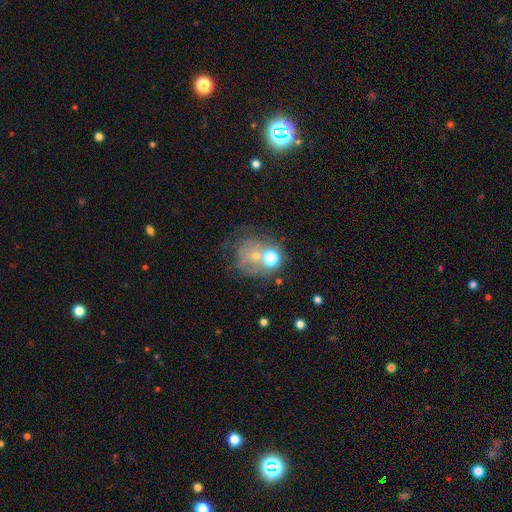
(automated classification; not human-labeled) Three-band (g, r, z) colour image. It shows a smooth galaxy with no disk features (38%). Merging: none (45%).